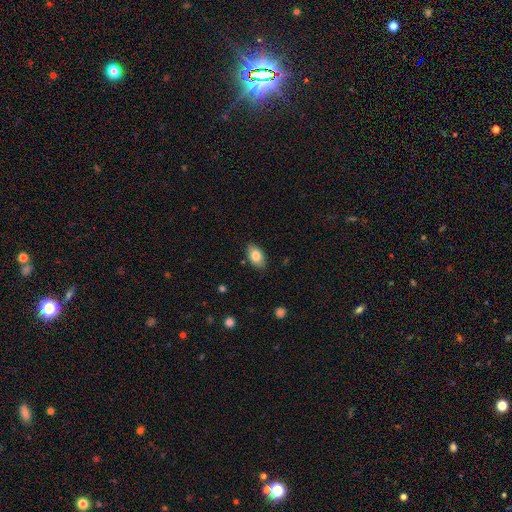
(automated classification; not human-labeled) smooth_or_featured: smooth (p=0.82) [alt: featured or disk p=0.11]
how_rounded: in between (p=0.92) [alt: round p=0.07]
merging: none (p=0.85) [alt: minor disturbance p=0.11]